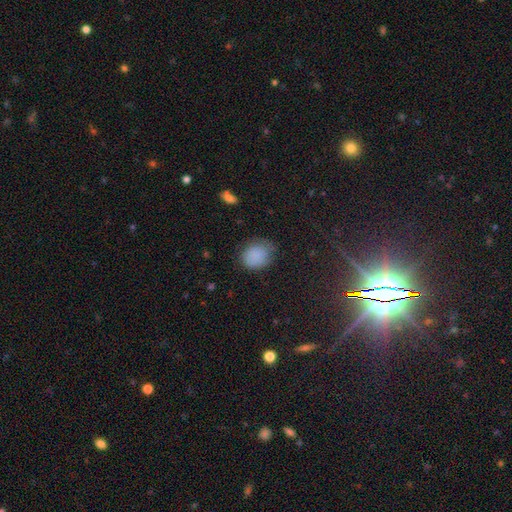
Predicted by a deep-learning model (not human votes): Q: Smooth or featured?
A: smooth (85%); runner-up: star or artifact (9%)
Q: How rounded?
A: round (56%); runner-up: in between (43%)
Q: Merging?
A: none (65%); runner-up: minor disturbance (26%)